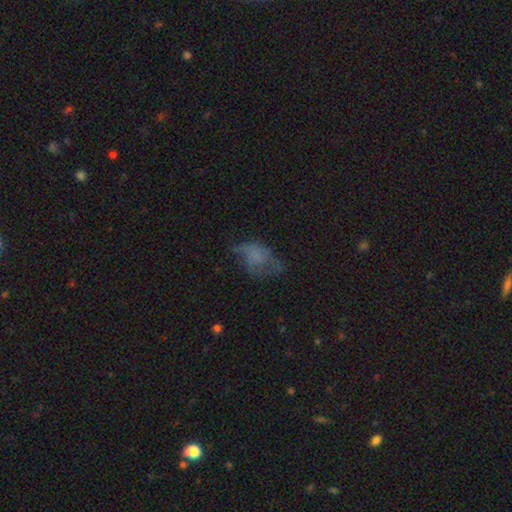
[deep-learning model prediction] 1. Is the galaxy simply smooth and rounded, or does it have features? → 48% smooth, 37% featured or disk, 15% star or artifact.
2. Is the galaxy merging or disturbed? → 36% none, 35% major disturbance, 27% minor disturbance, 2% merger.